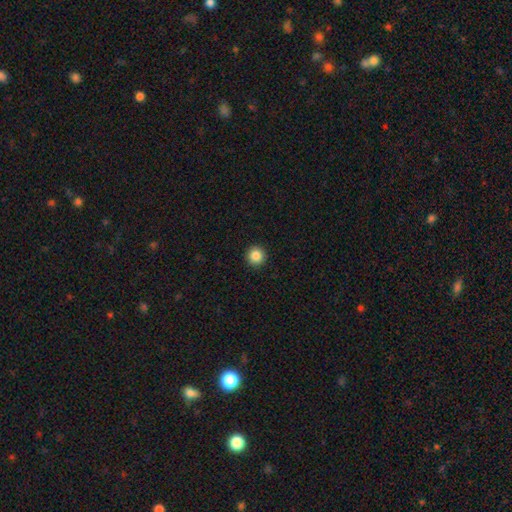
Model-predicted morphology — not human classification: Smooth or featured? smooth (86%)
How rounded? round (96%)
Merging? none (93%)